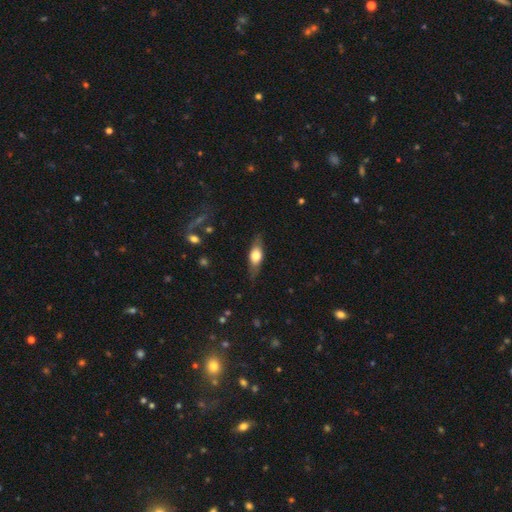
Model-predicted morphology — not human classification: Overall: smooth (56%; featured or disk 38%). How rounded: in between (65%; cigar-shaped 30%). Merging: none (78%).